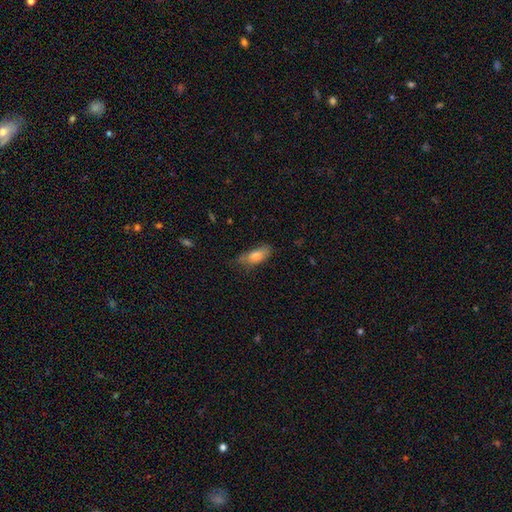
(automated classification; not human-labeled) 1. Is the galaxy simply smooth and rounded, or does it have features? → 76% smooth, 16% featured or disk, 8% star or artifact.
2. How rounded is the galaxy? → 76% in between, 21% cigar-shaped, 3% round.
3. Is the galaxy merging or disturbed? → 59% none, 31% minor disturbance, 9% major disturbance, 2% merger.